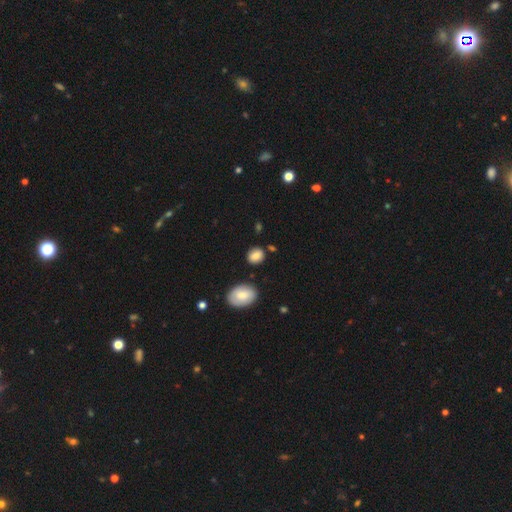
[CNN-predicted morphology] Smooth or featured: smooth — 84% (star or artifact — 9%)
How rounded: round — 60% (in between — 39%)
Merging: none — 80% (minor disturbance — 13%)